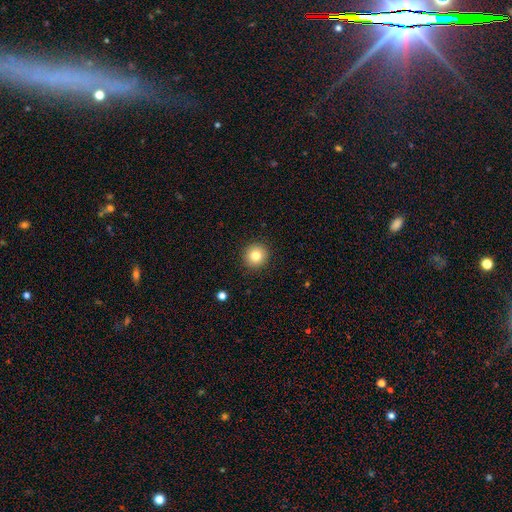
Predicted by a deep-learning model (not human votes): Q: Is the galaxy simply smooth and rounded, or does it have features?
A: smooth — 82%.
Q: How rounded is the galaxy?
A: round — 93%.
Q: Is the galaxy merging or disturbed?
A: none — 92%.